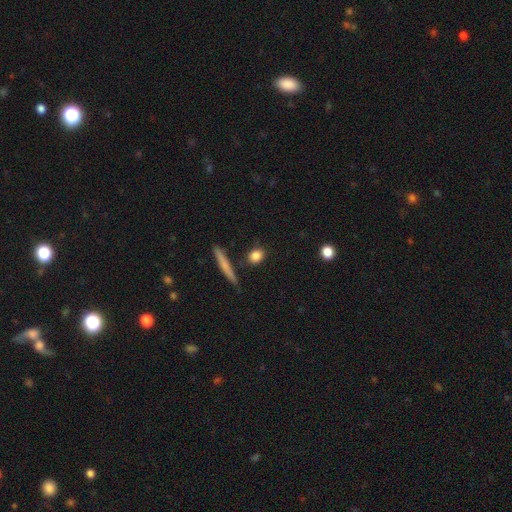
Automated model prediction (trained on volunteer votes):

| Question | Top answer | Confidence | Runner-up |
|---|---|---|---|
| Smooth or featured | smooth | 83% | star or artifact (9%) |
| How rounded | round | 62% | in between (27%) |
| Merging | none | 83% | minor disturbance (10%) |